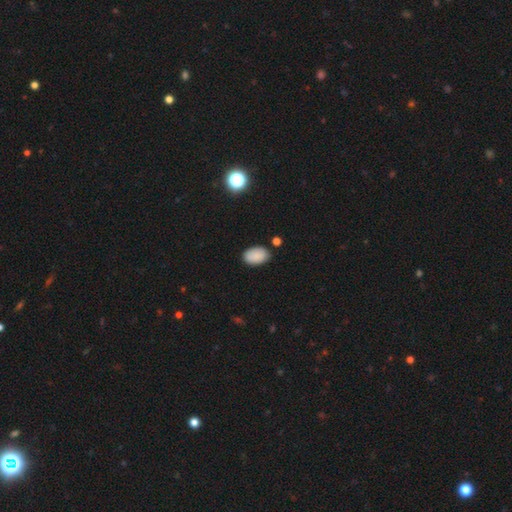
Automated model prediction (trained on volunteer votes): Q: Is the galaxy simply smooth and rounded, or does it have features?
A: smooth — 88%.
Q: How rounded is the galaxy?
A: in between — 91%.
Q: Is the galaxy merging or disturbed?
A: none — 82%.